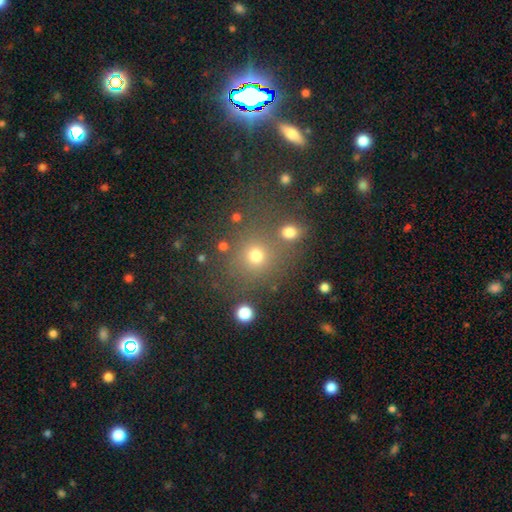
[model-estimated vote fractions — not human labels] The model was most divided on "merging": none: 68%, merger: 17%, minor disturbance: 9%, major disturbance: 5%. More confident: how rounded — round (87%); smooth or featured — smooth (72%).